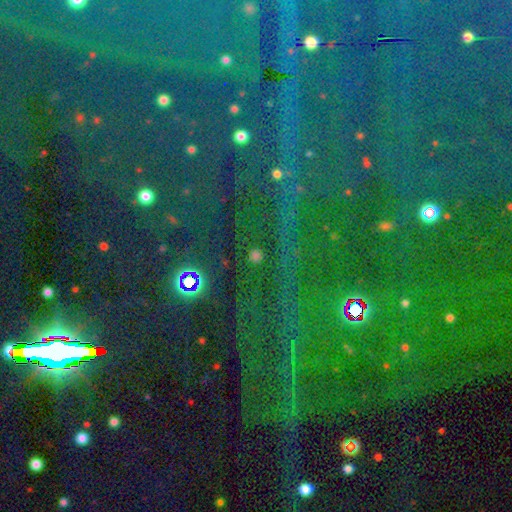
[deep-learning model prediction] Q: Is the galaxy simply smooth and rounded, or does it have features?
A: star or artifact — 69%.